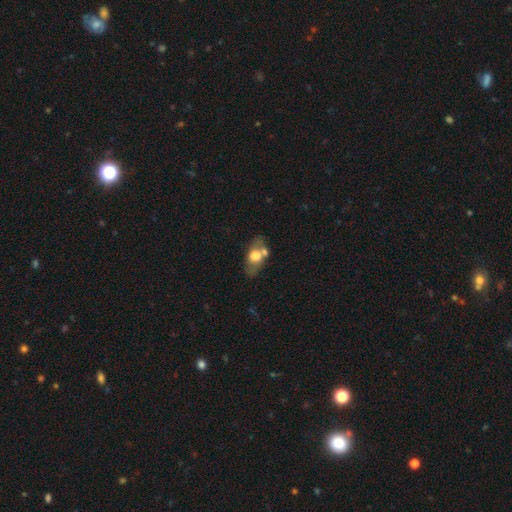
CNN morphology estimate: smooth-or-featured: smooth: 58% | featured or disk: 35% | star or artifact: 7%
  how-rounded: in between: 81% | round: 13% | cigar-shaped: 6%
  merging: none: 53% | merger: 22% | minor disturbance: 18% | major disturbance: 7%